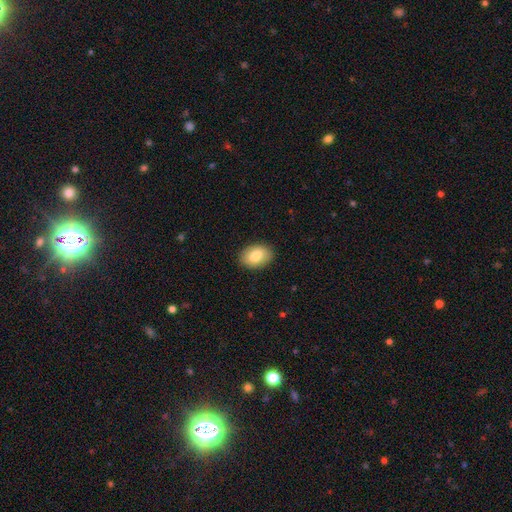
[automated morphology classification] This appears to be a smooth galaxy with no disk features (82%) that is in between round and cigar-shaped (82%). Merging: none (89%).